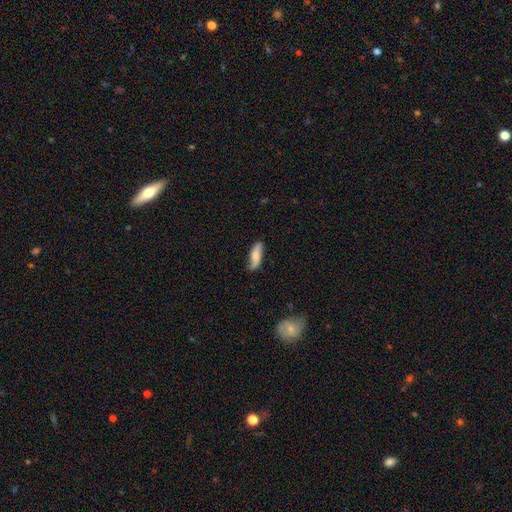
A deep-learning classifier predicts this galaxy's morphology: type=smooth (62%); roundness=in between (56%); merging=none (74%).